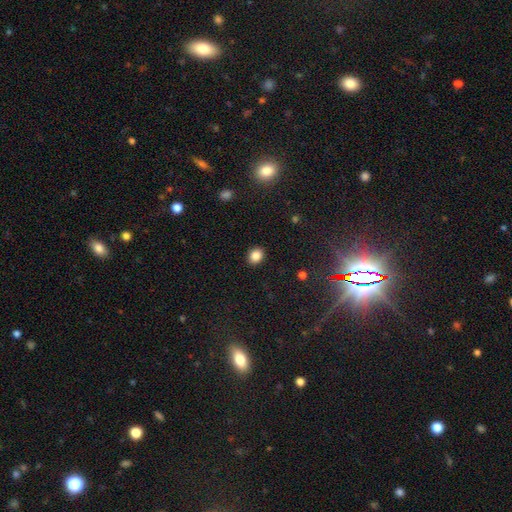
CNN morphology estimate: type=smooth (86%); roundness=round (54%); merging=none (90%).